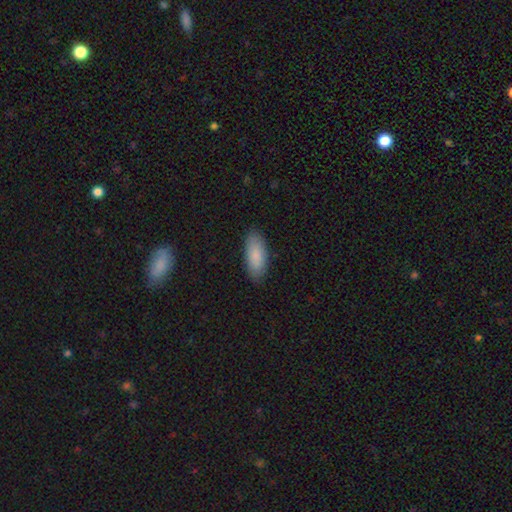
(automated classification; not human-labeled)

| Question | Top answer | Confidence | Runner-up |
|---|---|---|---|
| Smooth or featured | smooth | 87% | featured or disk (8%) |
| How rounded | in between | 82% | cigar-shaped (17%) |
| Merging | none | 86% | minor disturbance (10%) |